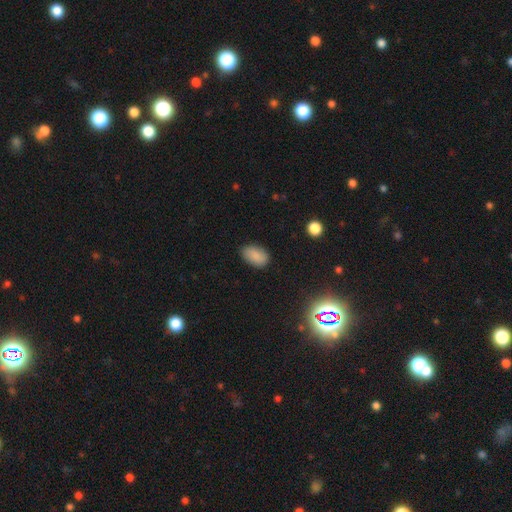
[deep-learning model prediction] Overall: smooth (85%). How rounded: in between (90%). Merging: none (83%).